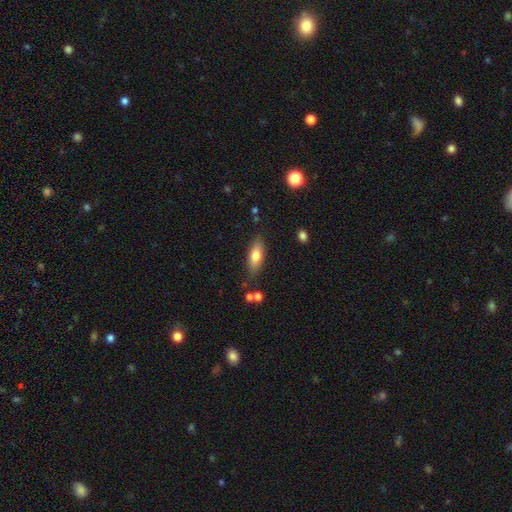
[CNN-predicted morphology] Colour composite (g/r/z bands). It shows a smooth galaxy with no disk features (74%) that is in between round and cigar-shaped (68%). Merging: none (79%).